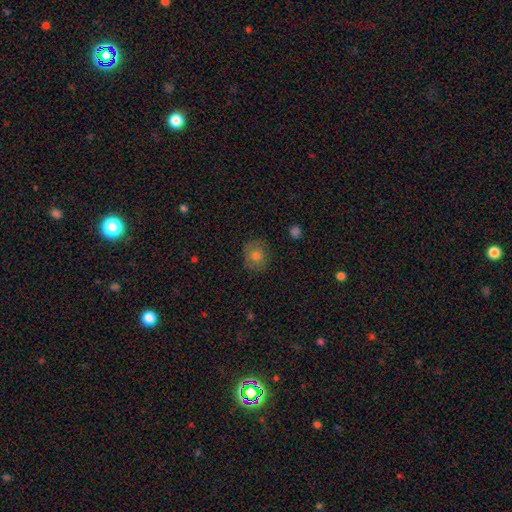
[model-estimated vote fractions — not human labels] A smooth galaxy with no disk features (72%) that is round (79%). Merging: none (82%).